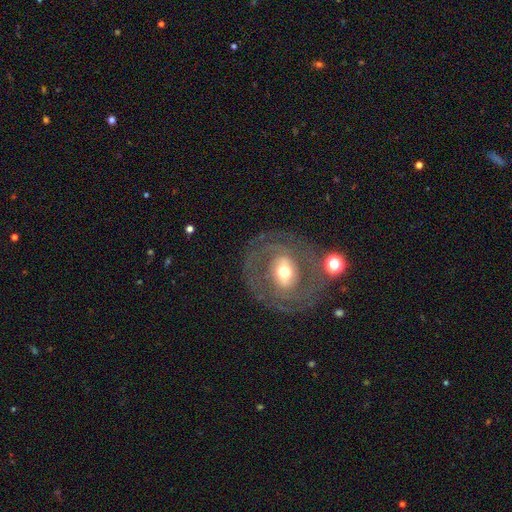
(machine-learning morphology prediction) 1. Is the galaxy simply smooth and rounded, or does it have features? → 64% featured or disk, 24% smooth, 12% star or artifact.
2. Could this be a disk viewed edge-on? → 93% no, 7% yes.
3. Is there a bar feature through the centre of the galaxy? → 38% no, 37% weak, 25% strong.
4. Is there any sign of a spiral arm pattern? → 50% yes (tied), 50% no (tied).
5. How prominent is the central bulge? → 65% moderate, 24% small, 7% large, 2% dominant, 1% none.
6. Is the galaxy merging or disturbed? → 71% none, 13% minor disturbance, 8% major disturbance, 7% merger.